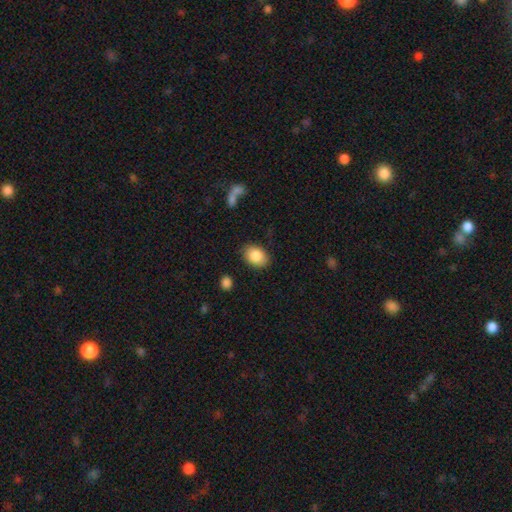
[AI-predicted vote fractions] Overall: smooth (86%). How rounded: in between (79%). Merging: none (85%).